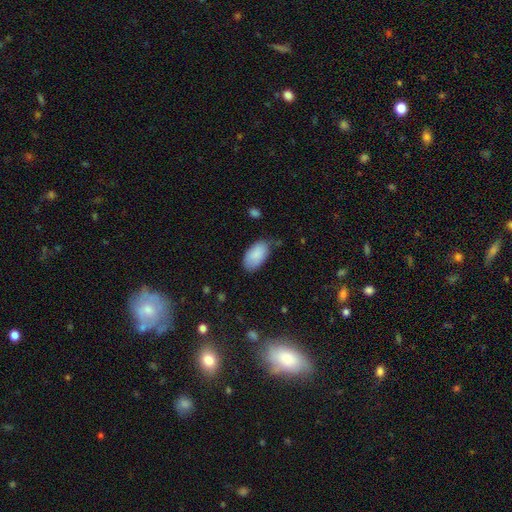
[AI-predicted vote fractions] A smooth galaxy with no disk features (87%) that is in between round and cigar-shaped (95%).

Vote fractions:
- Smooth or featured? smooth: 87% / featured or disk: 7% / star or artifact: 6%
- How rounded? in between: 95% / round: 3% / cigar-shaped: 2%
- Merging? none: 63% / minor disturbance: 29% / major disturbance: 6% / merger: 2%